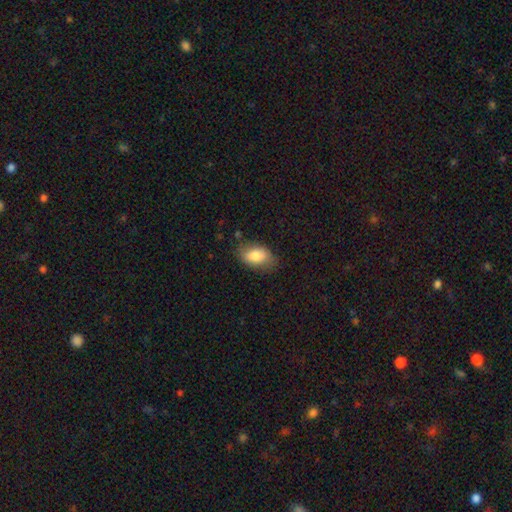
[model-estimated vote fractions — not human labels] A smooth galaxy with no disk features (81%) that is in between round and cigar-shaped (91%).

Vote fractions:
- Smooth or featured? smooth: 81% / featured or disk: 12% / star or artifact: 7%
- How rounded? in between: 91% / round: 8% / cigar-shaped: 2%
- Merging? none: 73% / minor disturbance: 20% / major disturbance: 5% / merger: 2%